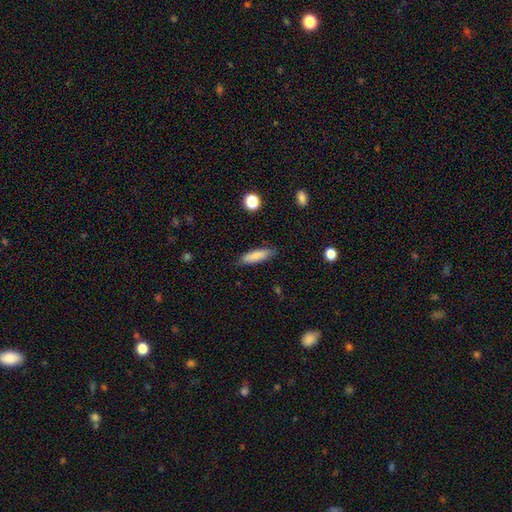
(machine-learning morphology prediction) Smooth or featured?
  - smooth: 82% *
  - featured or disk: 12%
  - star or artifact: 7%
How rounded?
  - cigar-shaped: 62% *
  - in between: 37%
  - round: 2%
Merging?
  - none: 84% *
  - minor disturbance: 12%
  - major disturbance: 2%
  - merger: 1%